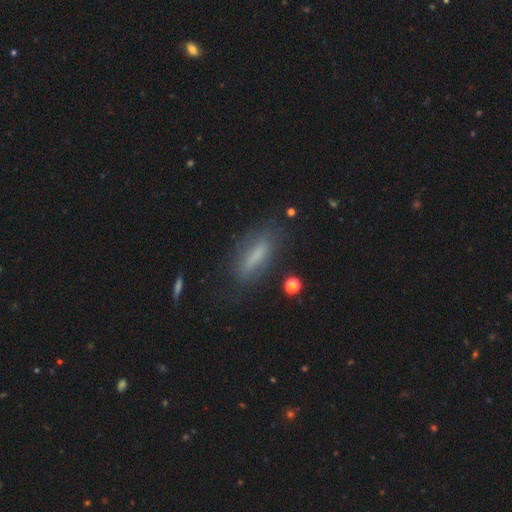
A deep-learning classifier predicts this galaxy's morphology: A smooth galaxy with no disk features (63%) that is cigar-shaped (64%). Merging: none (74%).